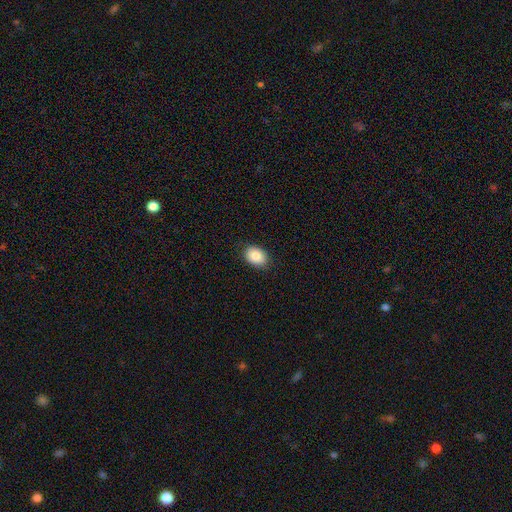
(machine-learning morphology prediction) smooth-or-featured: smooth: 86% | star or artifact: 7% | featured or disk: 6%
  how-rounded: in between: 76% | round: 23% | cigar-shaped: 1%
  merging: none: 88% | minor disturbance: 9% | major disturbance: 2% | merger: 1%